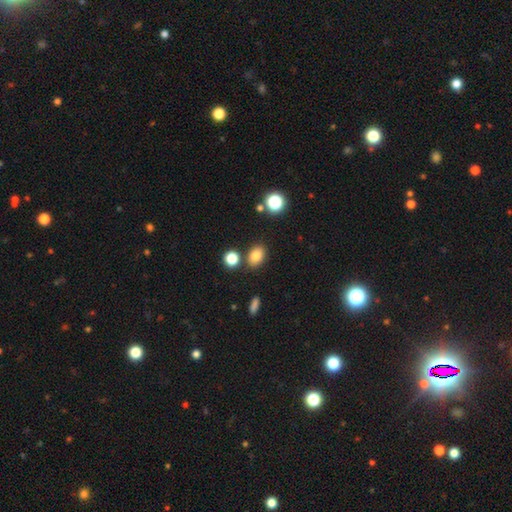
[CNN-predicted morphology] smooth 81%, star or artifact 12%, featured or disk 7%. Down the decision tree: how rounded — in between (71%); merging — none (79%).